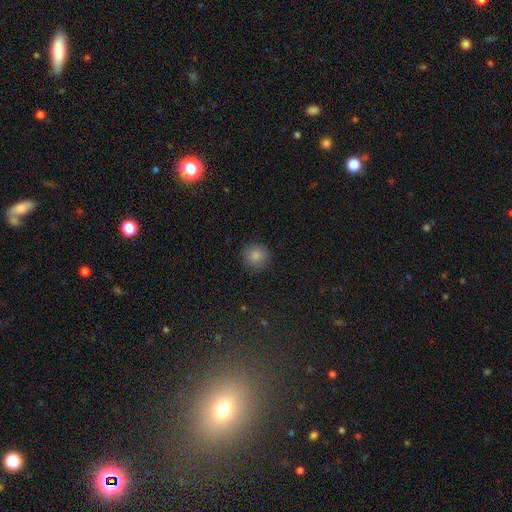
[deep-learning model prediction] This appears to be a smooth galaxy with no disk features (83%) that is round (94%). Merging: none (90%).